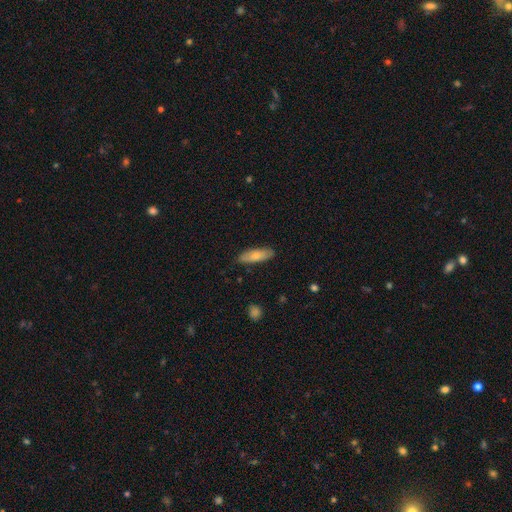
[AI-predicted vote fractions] Q: Smooth or featured?
A: smooth (75%); runner-up: featured or disk (20%)
Q: How rounded?
A: in between (51%); runner-up: cigar-shaped (47%)
Q: Merging?
A: none (84%); runner-up: minor disturbance (12%)